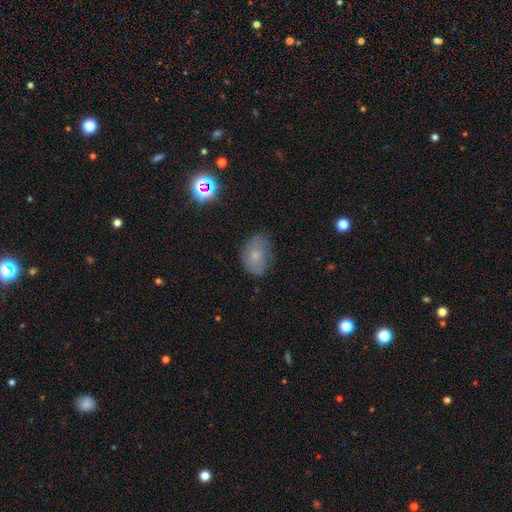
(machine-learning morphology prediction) type=smooth (64%); roundness=in between (76%); merging=none (59%).